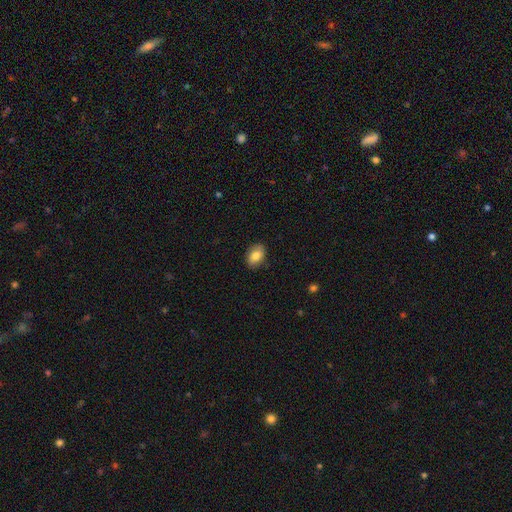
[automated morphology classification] Smooth or featured? smooth (83%)
How rounded? in between (83%)
Merging? none (86%)